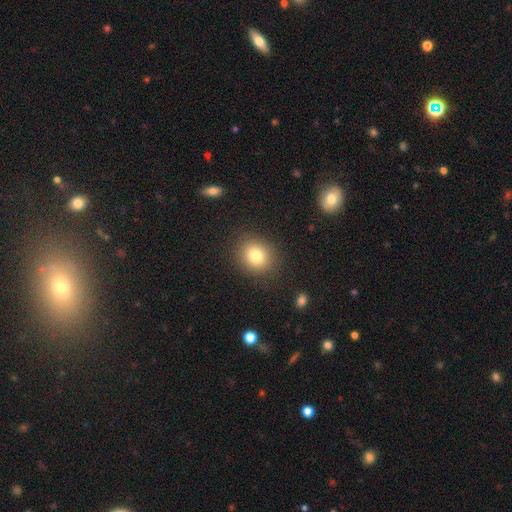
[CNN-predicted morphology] This appears to be a smooth galaxy with no disk features (79%) that is round (72%). Merging: none (88%).